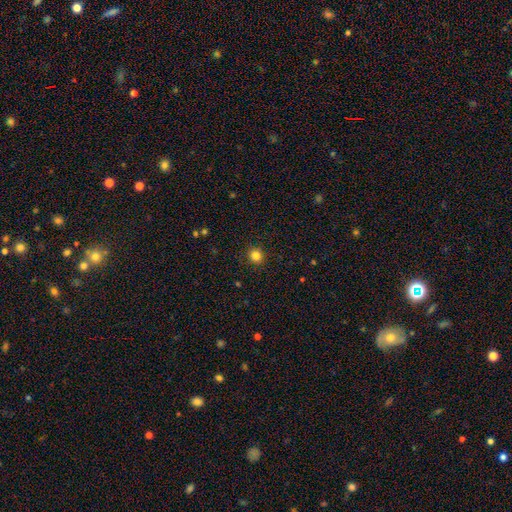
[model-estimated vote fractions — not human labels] Smooth or featured? Predicted: smooth (p=0.83). How rounded? Predicted: round (p=0.92). Merging? Predicted: none (p=0.91).